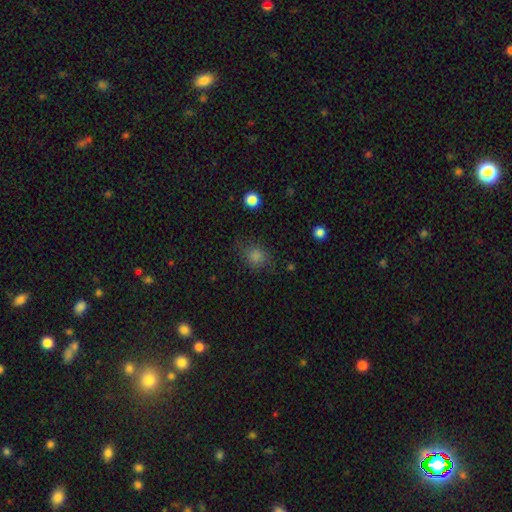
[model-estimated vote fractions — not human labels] A smooth galaxy with no disk features (78%) that is round (65%).

Vote fractions:
- Smooth or featured? smooth: 78% / star or artifact: 16% / featured or disk: 6%
- How rounded? round: 65% / in between: 34% / cigar-shaped: 1%
- Merging? none: 75% / minor disturbance: 17% / major disturbance: 6% / merger: 2%